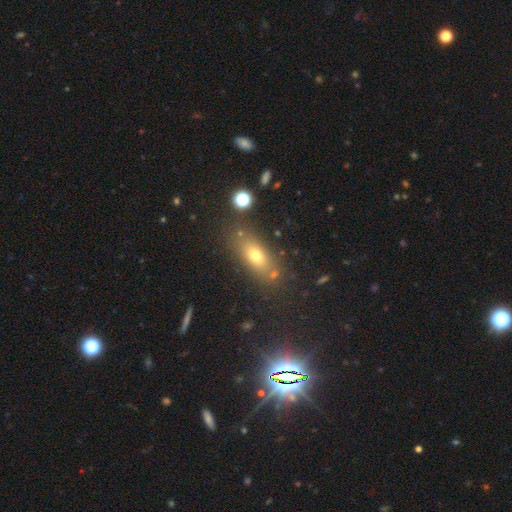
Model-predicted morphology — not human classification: Smooth or featured: smooth — 66% (featured or disk — 19%)
How rounded: in between — 69% (cigar-shaped — 20%)
Merging: none — 76% (minor disturbance — 12%)